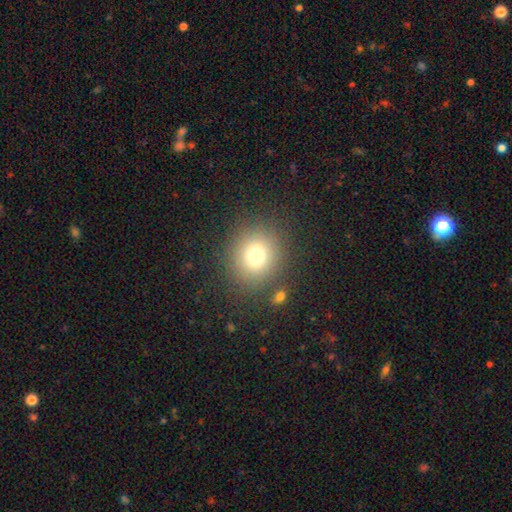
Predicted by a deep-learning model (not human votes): smooth_or_featured: smooth (p=0.75) [alt: star or artifact p=0.15]
how_rounded: round (p=0.85) [alt: in between p=0.14]
merging: none (p=0.85) [alt: minor disturbance p=0.08]